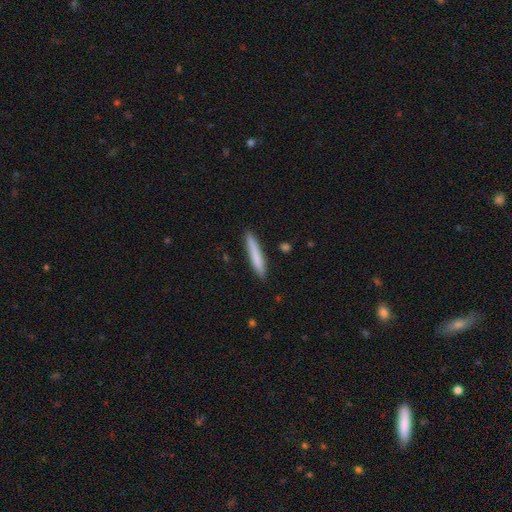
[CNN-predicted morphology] Smooth or featured?
  - smooth: 78% *
  - featured or disk: 17%
  - star or artifact: 6%
How rounded?
  - cigar-shaped: 94% *
  - in between: 4%
  - round: 1%
Merging?
  - none: 87% *
  - minor disturbance: 9%
  - merger: 2%
  - major disturbance: 2%